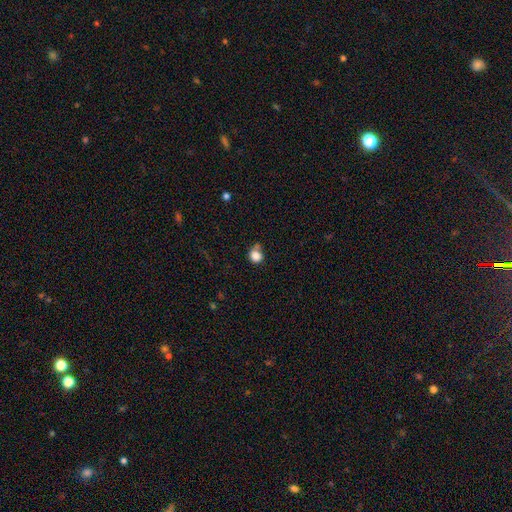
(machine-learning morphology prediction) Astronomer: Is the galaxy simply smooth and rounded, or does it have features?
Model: smooth — 84%.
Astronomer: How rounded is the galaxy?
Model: round — 80%.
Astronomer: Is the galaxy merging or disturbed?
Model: none — 55%.